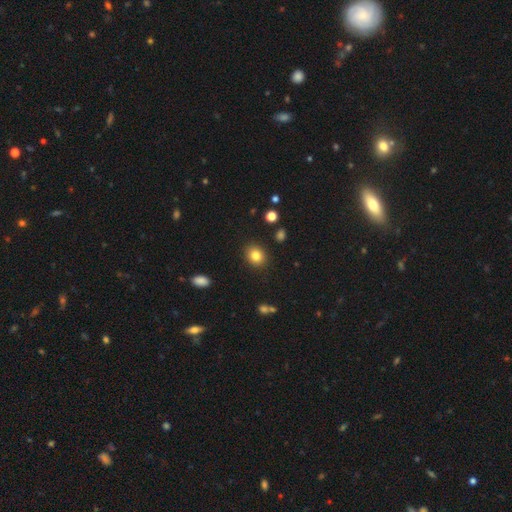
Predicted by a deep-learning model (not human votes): smooth 84%, star or artifact 10%, featured or disk 6%. Down the decision tree: how rounded — round (66%); merging — none (89%).